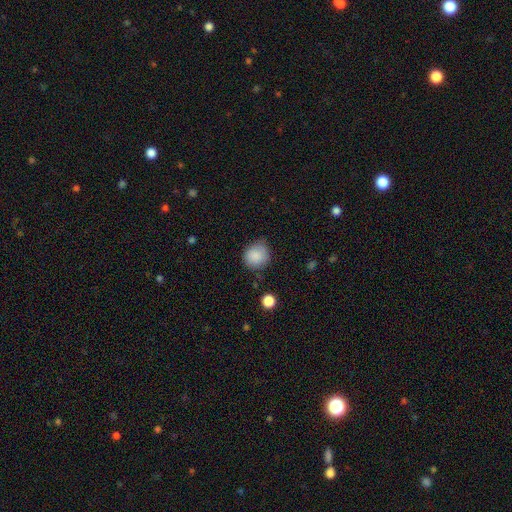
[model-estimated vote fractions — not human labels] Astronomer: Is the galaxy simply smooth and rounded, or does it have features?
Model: smooth — 86%.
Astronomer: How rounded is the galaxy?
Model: round — 82%.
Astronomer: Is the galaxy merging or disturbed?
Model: none — 67%.